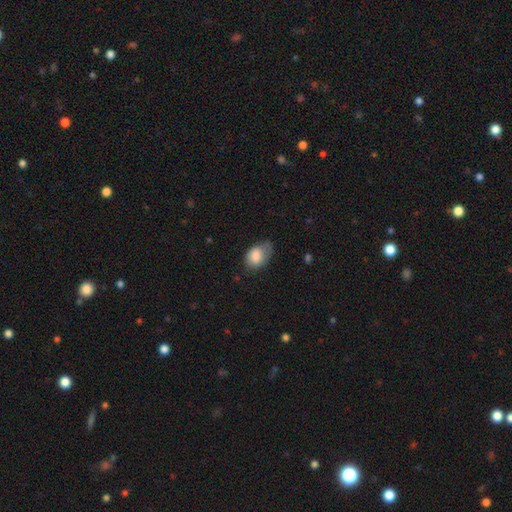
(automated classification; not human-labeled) A smooth galaxy with no disk features (82%) that is in between round and cigar-shaped (81%).

Vote fractions:
- Smooth or featured? smooth: 82% / featured or disk: 11% / star or artifact: 7%
- How rounded? in between: 81% / round: 17% / cigar-shaped: 1%
- Merging? minor disturbance: 41% / none: 40% / major disturbance: 16% / merger: 3%